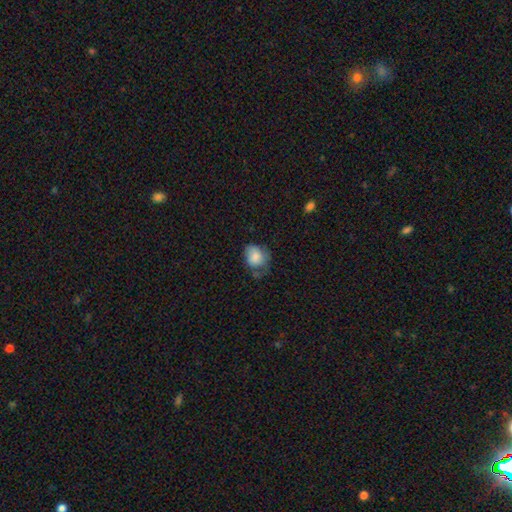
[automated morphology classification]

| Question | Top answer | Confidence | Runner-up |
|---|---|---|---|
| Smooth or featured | smooth | 79% | featured or disk (13%) |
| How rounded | round | 51% | in between (48%) |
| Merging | none | 40% | minor disturbance (37%) |